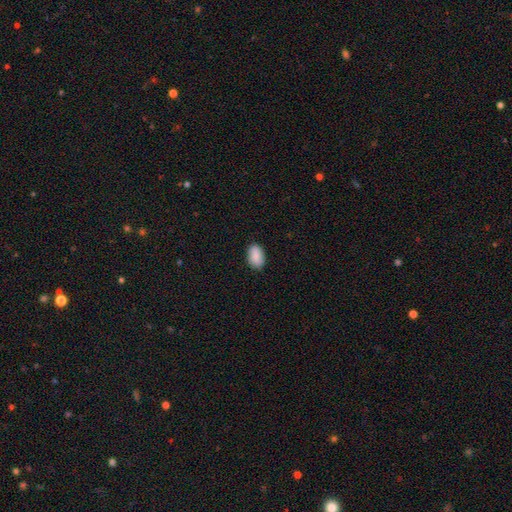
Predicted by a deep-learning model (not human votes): Smooth or featured? Predicted: smooth (p=0.87). How rounded? Predicted: in between (p=0.90). Merging? Predicted: none (p=0.86).